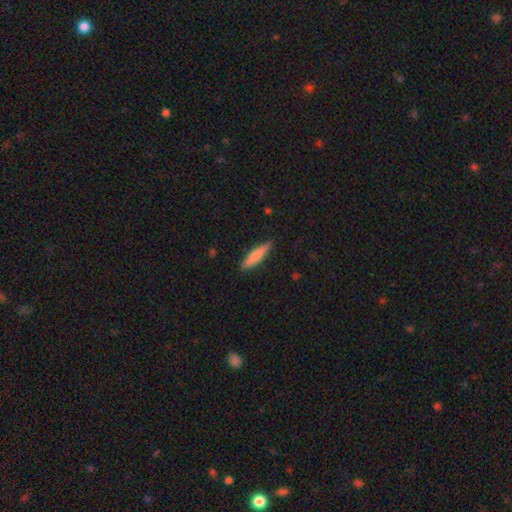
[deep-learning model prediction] This appears to be a smooth galaxy with no disk features (77%) that is cigar-shaped (80%). Merging: none (87%).